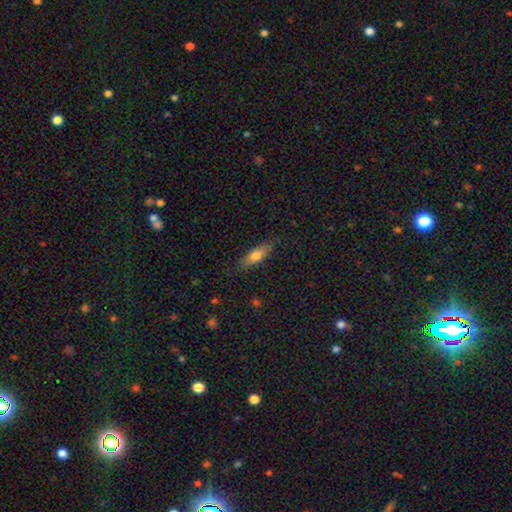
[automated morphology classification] A smooth galaxy with no disk features (69%) that is in between round and cigar-shaped (51%).

Vote fractions:
- Smooth or featured? smooth: 69% / featured or disk: 24% / star or artifact: 7%
- How rounded? in between: 51% / cigar-shaped: 47% / round: 3%
- Merging? none: 83% / minor disturbance: 13% / major disturbance: 3% / merger: 1%